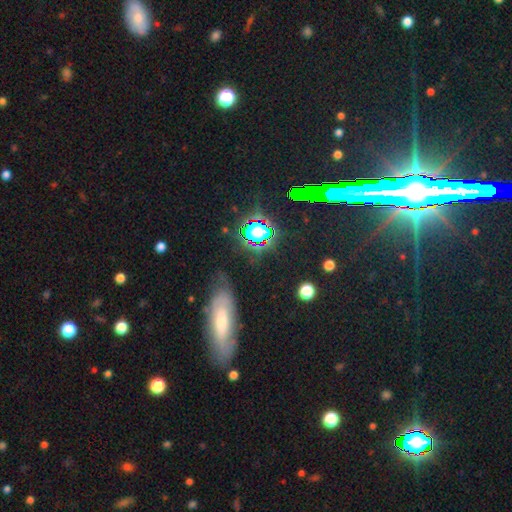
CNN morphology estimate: star or artifact 41%, featured or disk 33%, smooth 26%.